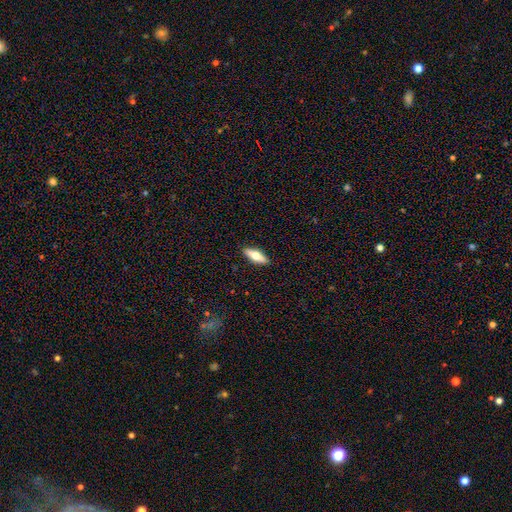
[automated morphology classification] Smooth or featured?
  - smooth: 56% *
  - featured or disk: 37%
  - star or artifact: 6%
How rounded?
  - in between: 53% *
  - cigar-shaped: 44%
  - round: 3%
Merging?
  - none: 90% *
  - minor disturbance: 7%
  - major disturbance: 2%
  - merger: 1%